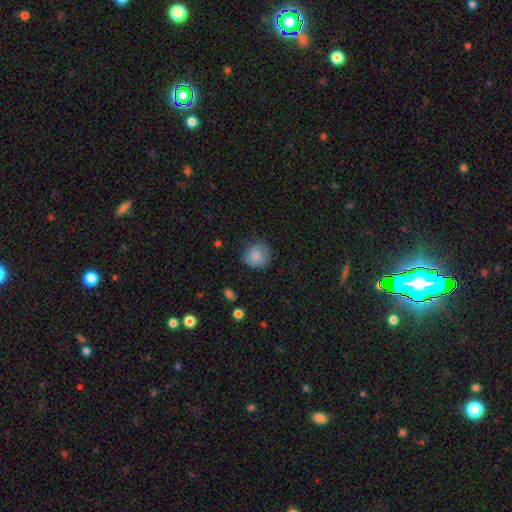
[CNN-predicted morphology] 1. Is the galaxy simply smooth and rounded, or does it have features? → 84% smooth, 8% featured or disk, 8% star or artifact.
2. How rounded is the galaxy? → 87% round, 12% in between, 1% cigar-shaped.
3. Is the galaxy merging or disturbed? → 74% none, 20% minor disturbance, 5% major disturbance, 1% merger.